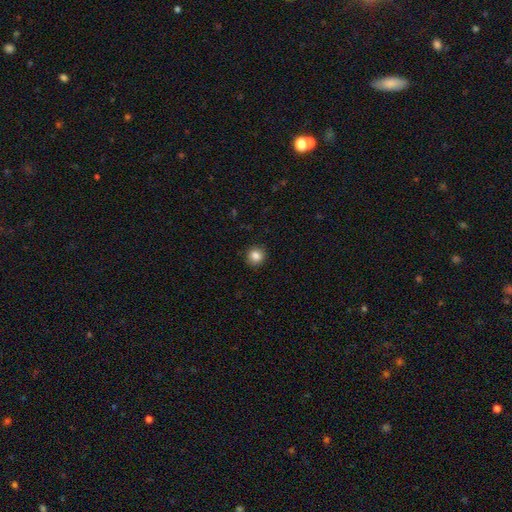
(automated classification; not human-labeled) Morphology: type=smooth (85%); roundness=round (90%); merging=none (91%).